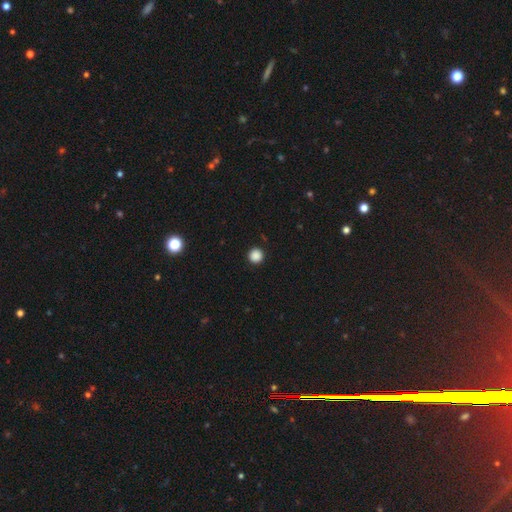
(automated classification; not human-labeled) Overall: smooth (87%). How rounded: round (96%). Merging: none (93%).